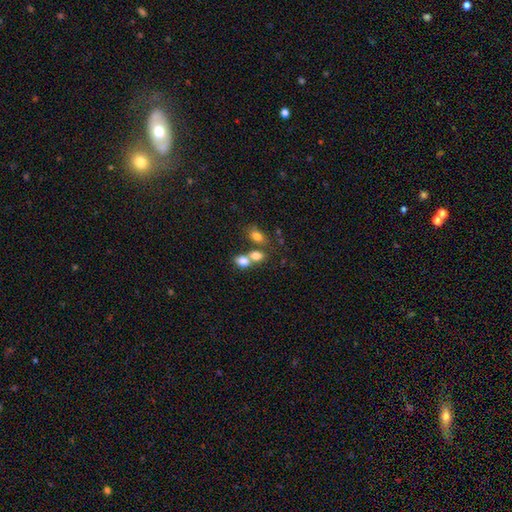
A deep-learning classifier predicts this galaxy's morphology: A smooth galaxy with no disk features (78%) that is in between round and cigar-shaped (70%). Merging: merger (55%).